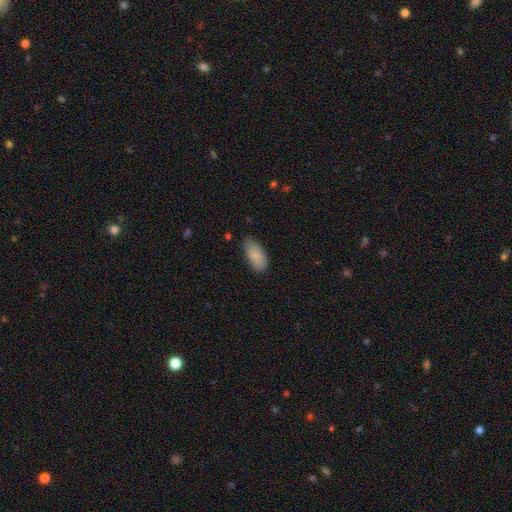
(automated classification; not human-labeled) smooth 85%, featured or disk 9%, star or artifact 6%. Down the decision tree: how rounded — in between (92%); merging — none (75%).